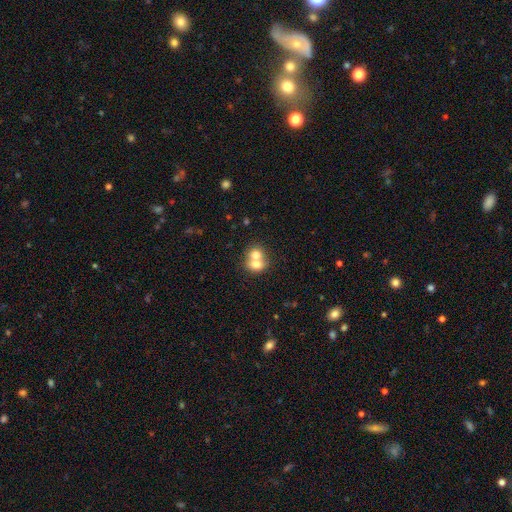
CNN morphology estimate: smooth_or_featured: smooth (p=0.70) [alt: featured or disk p=0.21]
how_rounded: round (p=0.63) [alt: in between p=0.36]
merging: merger (p=0.71) [alt: none p=0.22]